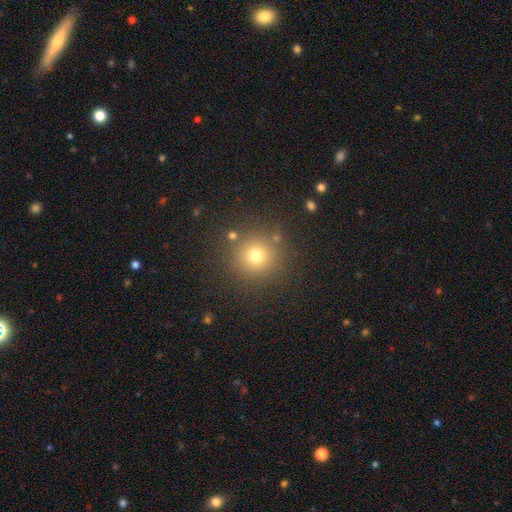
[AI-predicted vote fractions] Smooth or featured?
  - smooth: 72% *
  - star or artifact: 18%
  - featured or disk: 10%
How rounded?
  - round: 94% *
  - in between: 5%
  - cigar-shaped: 1%
Merging?
  - none: 85% *
  - minor disturbance: 8%
  - major disturbance: 4%
  - merger: 4%